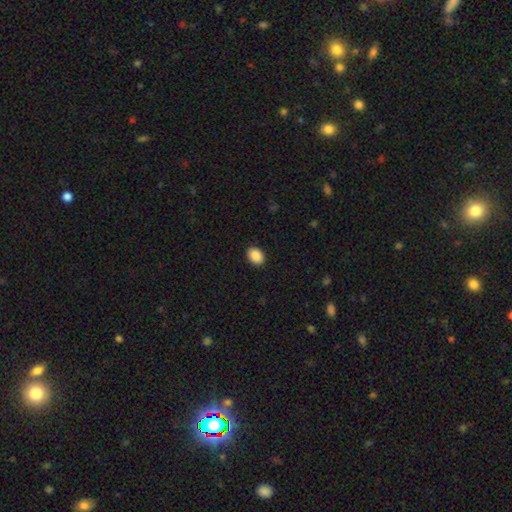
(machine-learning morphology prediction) Overall: smooth (90%). How rounded: in between (67%; round 32%). Merging: none (91%).